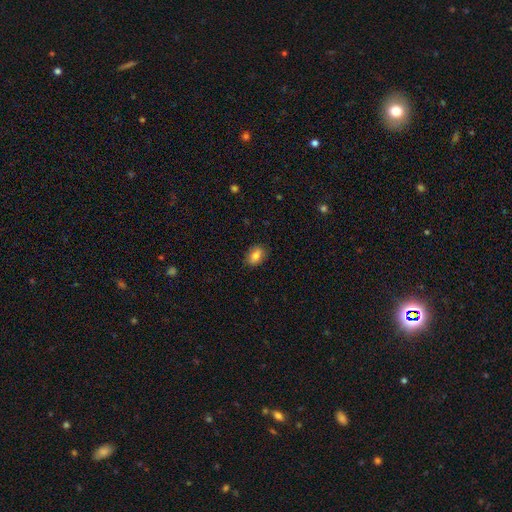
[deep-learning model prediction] Morphology: type=smooth (81%); roundness=in between (79%); merging=none (86%).